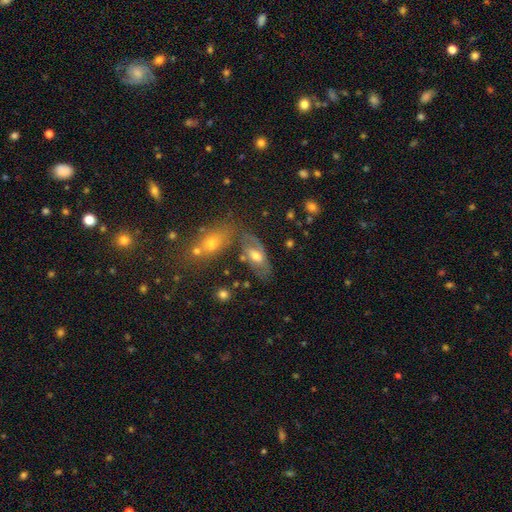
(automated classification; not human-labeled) smooth 47%, featured or disk 43%, star or artifact 10%. Down the decision tree: merging — none (50%).